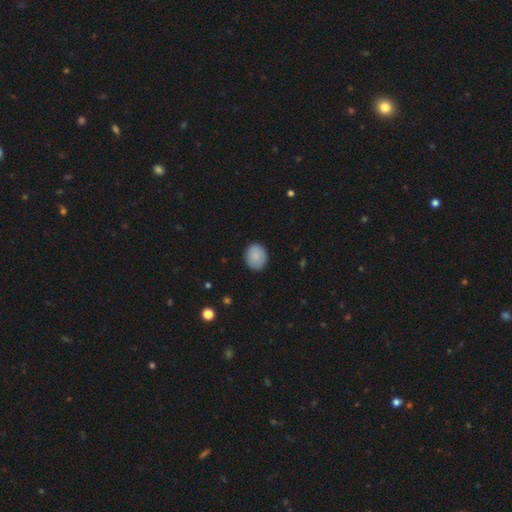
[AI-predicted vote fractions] smooth-or-featured: smooth: 85% | featured or disk: 7% | star or artifact: 7%
  how-rounded: round: 64% | in between: 35% | cigar-shaped: 1%
  merging: none: 86% | minor disturbance: 11% | major disturbance: 2% | merger: 1%